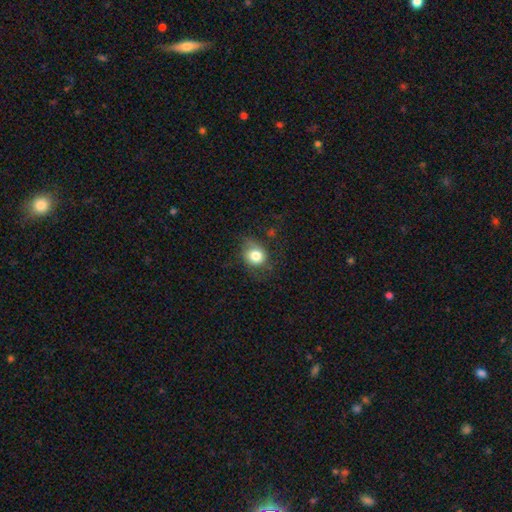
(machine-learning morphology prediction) Smooth or featured: smooth — 79% (featured or disk — 11%)
How rounded: round — 64% (in between — 35%)
Merging: none — 62% (minor disturbance — 25%)